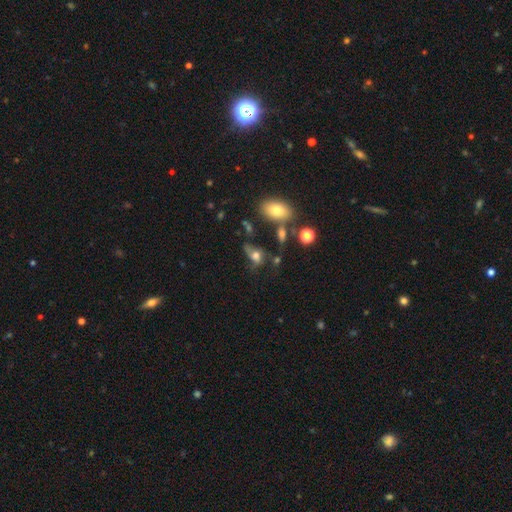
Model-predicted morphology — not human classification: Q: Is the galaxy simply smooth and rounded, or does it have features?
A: smooth — 58%.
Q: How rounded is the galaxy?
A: in between — 69%.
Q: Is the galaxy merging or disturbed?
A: none — 34%.